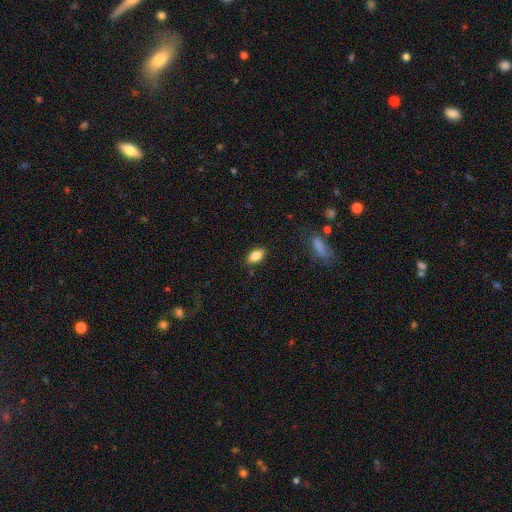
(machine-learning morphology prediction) type=smooth (83%); roundness=in between (88%); merging=none (85%).